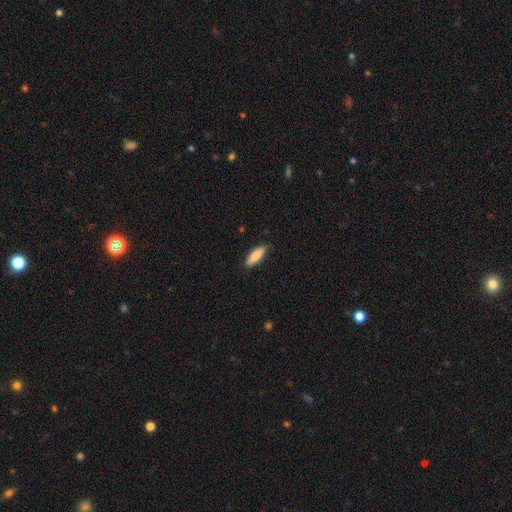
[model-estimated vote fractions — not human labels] The model was most divided on "how rounded": in between: 53%, cigar-shaped: 45%, round: 2%. More confident: smooth or featured — smooth (83%); merging — none (83%).